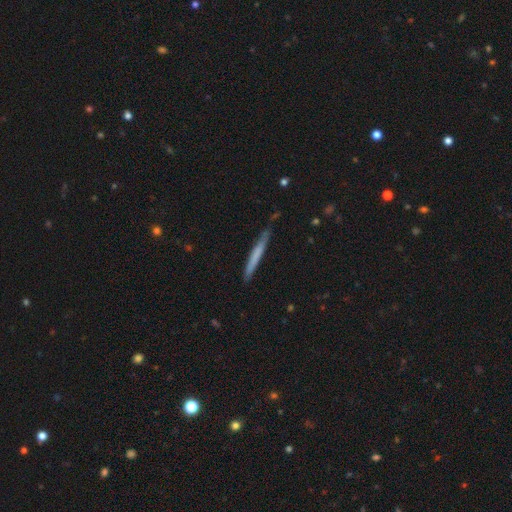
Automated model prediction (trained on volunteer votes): The model was most divided on "smooth or featured": smooth: 60%, featured or disk: 34%, star or artifact: 6%. More confident: how rounded — cigar-shaped (97%); merging — none (82%).